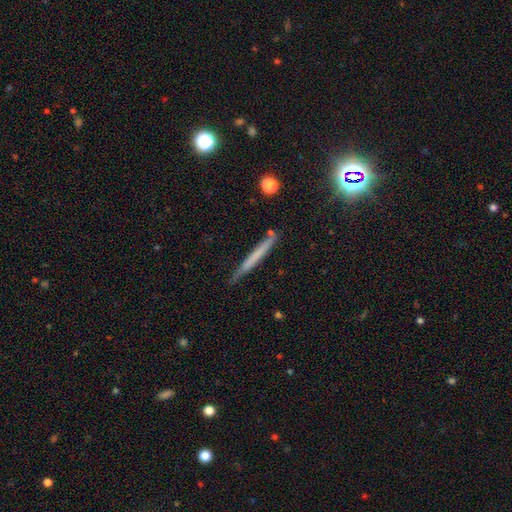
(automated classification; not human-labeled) Smooth or featured? smooth (54%)
How rounded? cigar-shaped (96%)
Merging? none (83%)